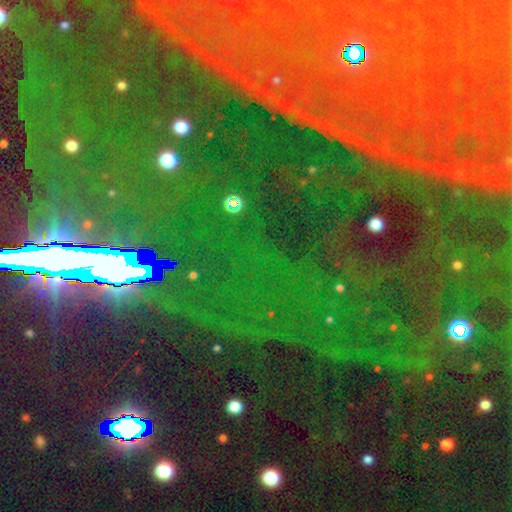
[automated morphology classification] Overall: star or artifact (84%).